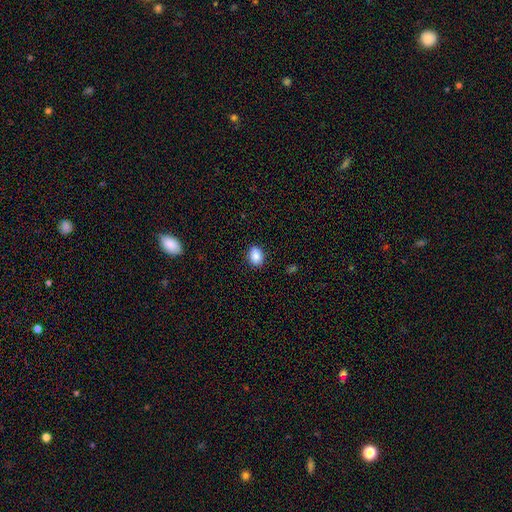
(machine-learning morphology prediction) Overall: smooth (88%). How rounded: in between (69%). Merging: none (86%).